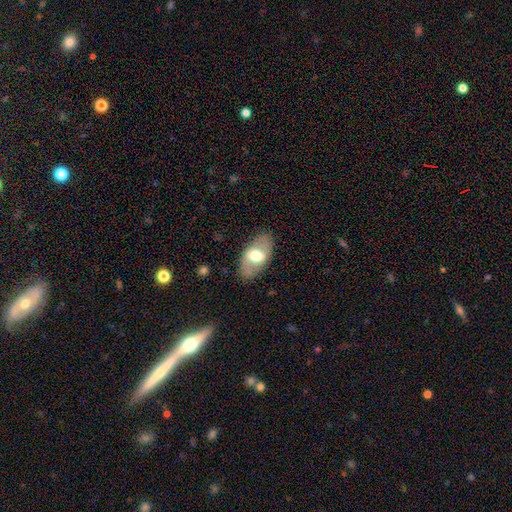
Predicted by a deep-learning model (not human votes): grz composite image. It shows a smooth galaxy with no disk features (51%) that is in between round and cigar-shaped (92%). Merging: none (83%).